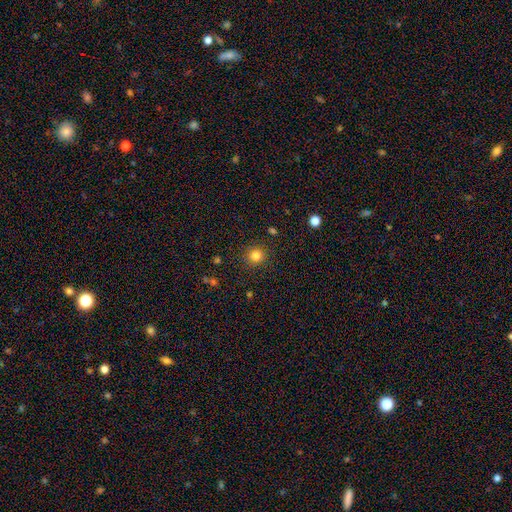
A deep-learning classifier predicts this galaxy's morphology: type=smooth (82%); roundness=round (90%); merging=none (89%).